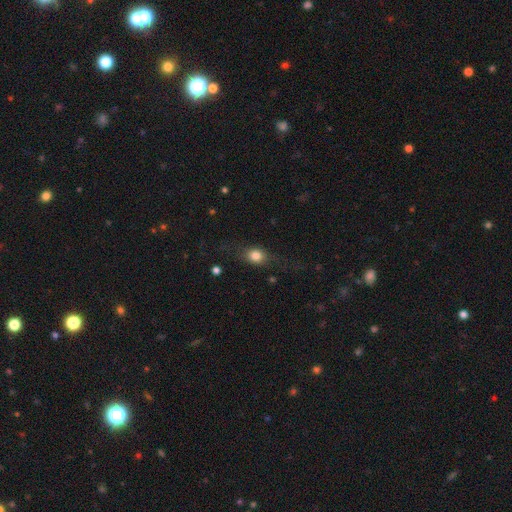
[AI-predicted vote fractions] Overall: smooth (74%). How rounded: round (48%; in between 46%). Merging: none (66%).